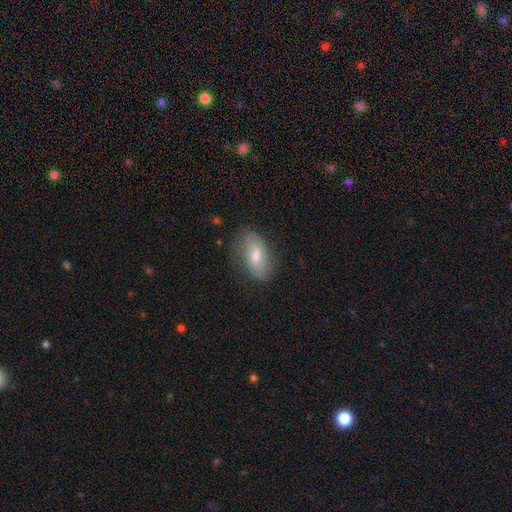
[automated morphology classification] A smooth galaxy with no disk features (60%) that is in between round and cigar-shaped (90%).

Vote fractions:
- Smooth or featured? smooth: 60% / featured or disk: 33% / star or artifact: 8%
- How rounded? in between: 90% / round: 6% / cigar-shaped: 4%
- Merging? none: 76% / minor disturbance: 18% / major disturbance: 5% / merger: 1%